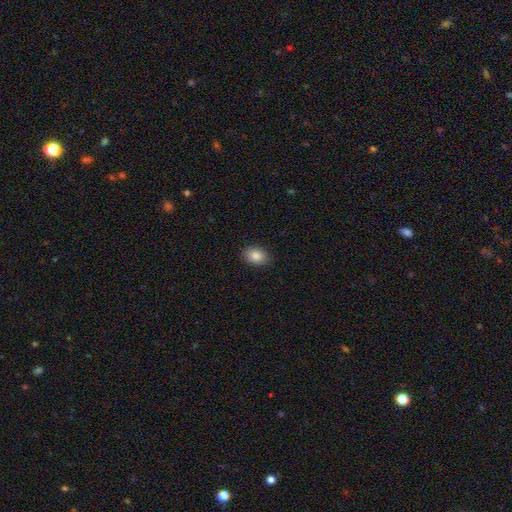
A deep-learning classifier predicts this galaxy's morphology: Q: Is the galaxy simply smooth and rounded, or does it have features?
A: smooth — 87%.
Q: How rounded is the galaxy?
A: in between — 82%.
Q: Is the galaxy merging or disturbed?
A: none — 89%.